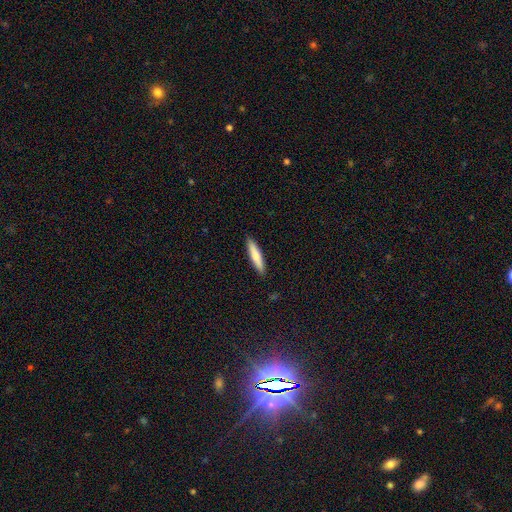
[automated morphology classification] This is likely a smooth galaxy (72%). How rounded: clearly cigar-shaped (86%). Merging: clearly none (91%).